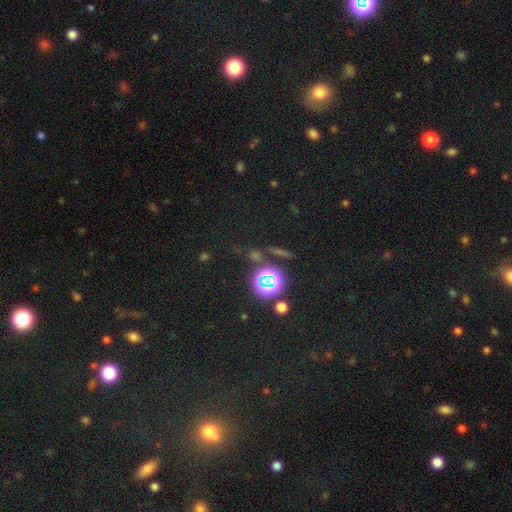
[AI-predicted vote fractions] This appears to be a star or artifact, not a galaxy (54%).